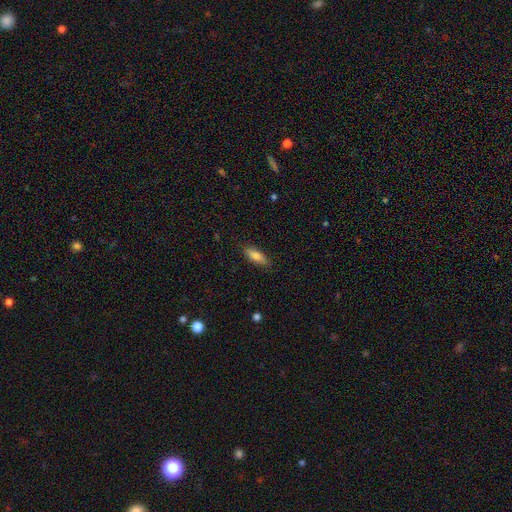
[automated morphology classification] type=smooth (80%); roundness=in between (58%); merging=none (86%).